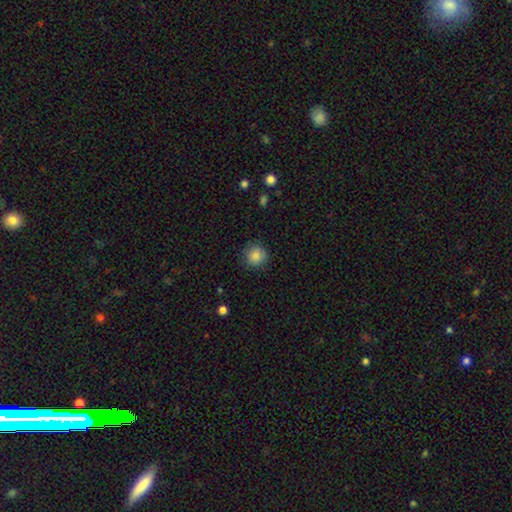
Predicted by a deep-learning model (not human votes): Smooth or featured?
  - smooth: 86% *
  - star or artifact: 10%
  - featured or disk: 4%
How rounded?
  - round: 92% *
  - in between: 7%
  - cigar-shaped: 1%
Merging?
  - none: 87% *
  - minor disturbance: 10%
  - major disturbance: 3%
  - merger: 1%